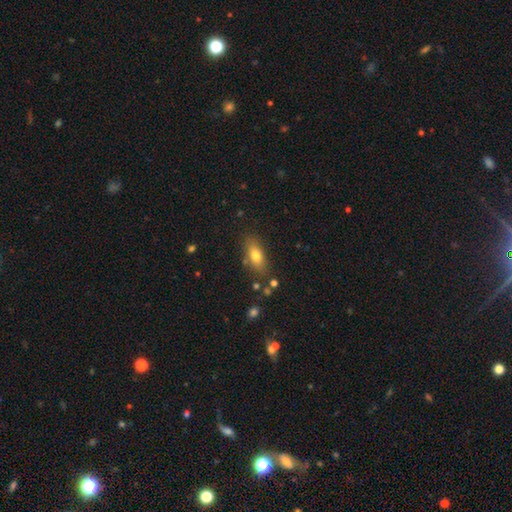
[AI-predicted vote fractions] Morphology: type=smooth (76%); roundness=in between (81%); merging=none (78%).